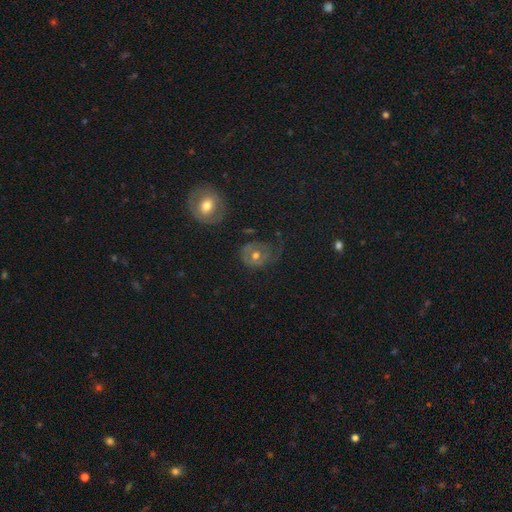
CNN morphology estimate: A featured or disk galaxy (47%). Merging: none (46%).